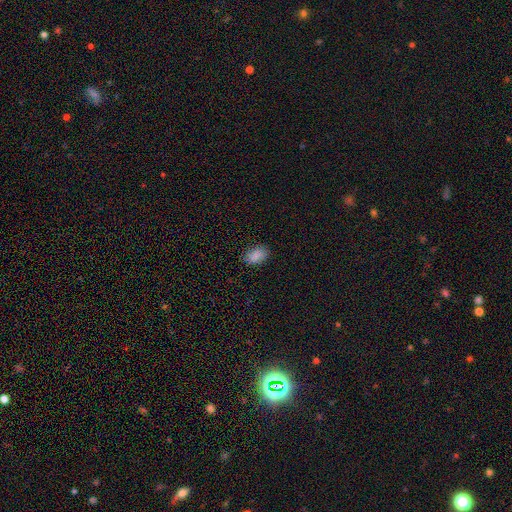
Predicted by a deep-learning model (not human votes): Smooth or featured? Predicted: smooth (p=0.86). How rounded? Predicted: in between (p=0.88). Merging? Predicted: none (p=0.82).